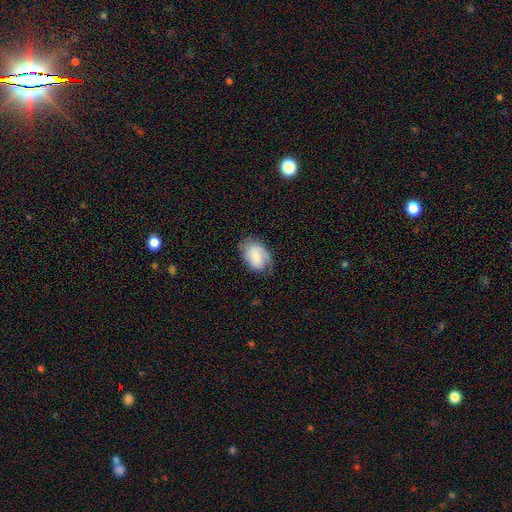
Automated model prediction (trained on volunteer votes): smooth 66%, featured or disk 27%, star or artifact 7%. Down the decision tree: how rounded — in between (84%); merging — none (62%).